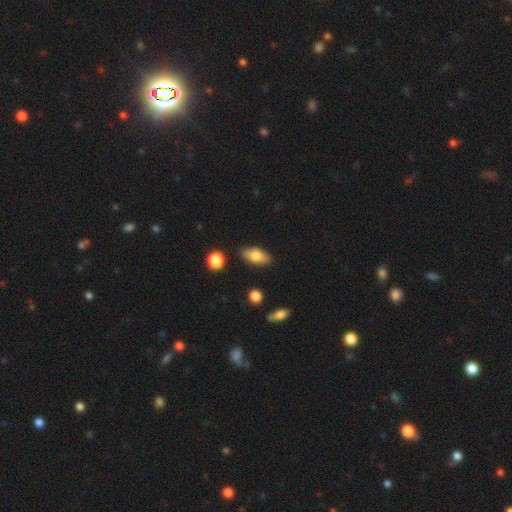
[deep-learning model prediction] Smooth or featured? smooth (78%)
How rounded? in between (87%)
Merging? none (85%)